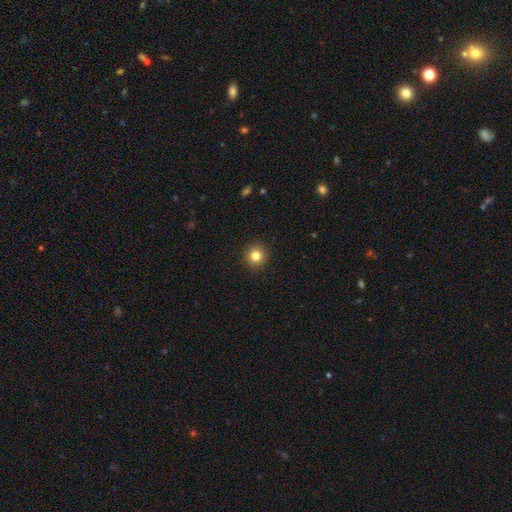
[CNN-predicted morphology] Smooth or featured?
  - smooth: 82% *
  - star or artifact: 12%
  - featured or disk: 6%
How rounded?
  - round: 93% *
  - in between: 6%
  - cigar-shaped: 1%
Merging?
  - none: 92% *
  - minor disturbance: 5%
  - major disturbance: 2%
  - merger: 1%